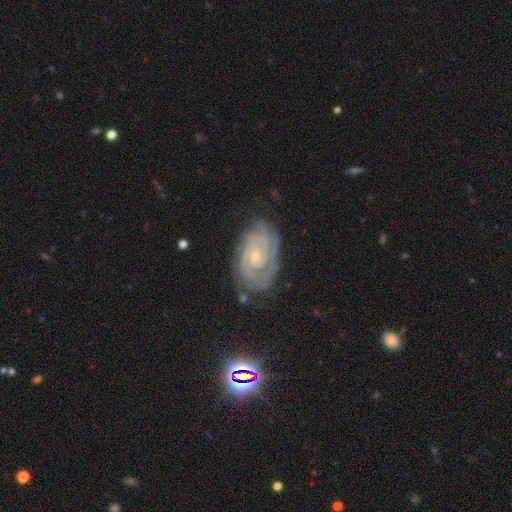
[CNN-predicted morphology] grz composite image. It shows a featured or disk galaxy (89%) with no bar (65%), 2 (55%) tight (80%) spiral arms (98%) and a small central bulge (68%). Merging: none (74%).